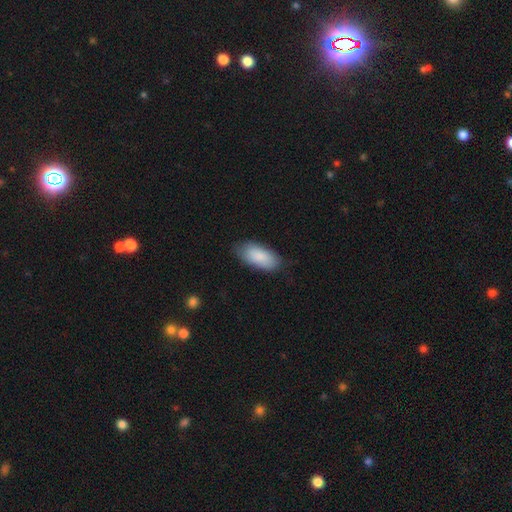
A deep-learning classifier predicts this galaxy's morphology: Smooth or featured? smooth (87%)
How rounded? in between (91%)
Merging? none (79%)